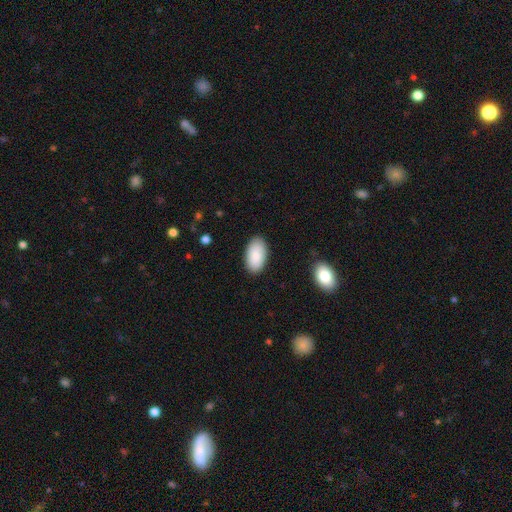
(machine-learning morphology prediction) smooth-or-featured: smooth: 87% | featured or disk: 7% | star or artifact: 6%
  how-rounded: in between: 96% | round: 3% | cigar-shaped: 2%
  merging: none: 88% | minor disturbance: 9% | major disturbance: 2% | merger: 1%